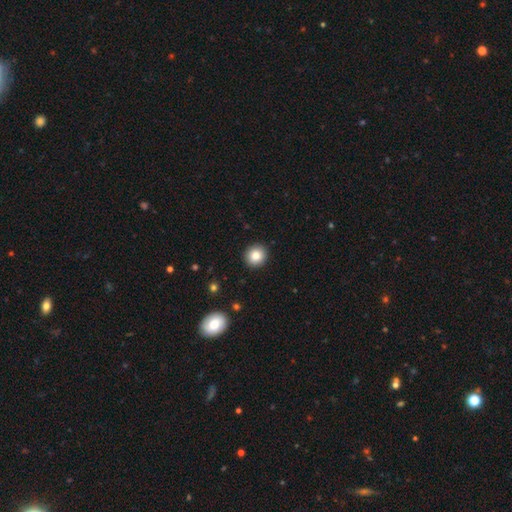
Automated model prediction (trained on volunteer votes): Smooth or featured: smooth — 85% (star or artifact — 9%)
How rounded: round — 89% (in between — 10%)
Merging: none — 92% (minor disturbance — 6%)